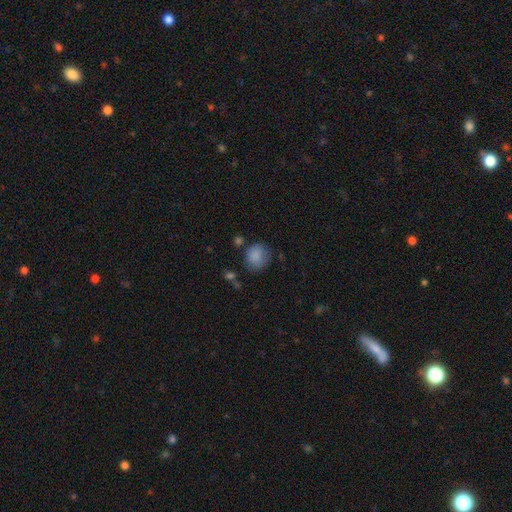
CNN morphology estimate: A smooth galaxy with no disk features (85%) that is round (78%).

Vote fractions:
- Smooth or featured? smooth: 85% / star or artifact: 9% / featured or disk: 6%
- How rounded? round: 78% / in between: 21% / cigar-shaped: 1%
- Merging? none: 68% / minor disturbance: 21% / major disturbance: 7% / merger: 5%